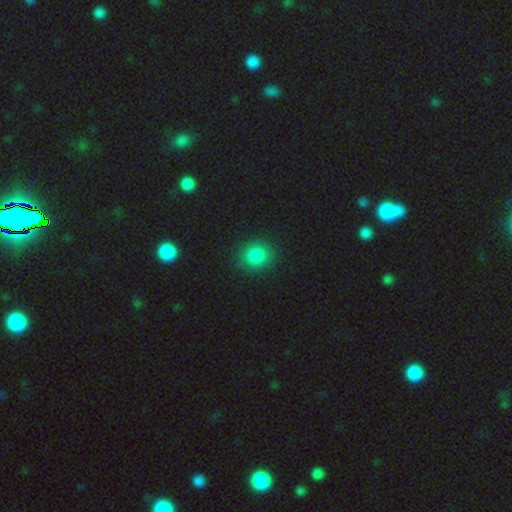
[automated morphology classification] Smooth or featured?
  - smooth: 84% *
  - star or artifact: 12%
  - featured or disk: 4%
How rounded?
  - round: 81% *
  - in between: 18%
  - cigar-shaped: 1%
Merging?
  - none: 90% *
  - minor disturbance: 6%
  - major disturbance: 2%
  - merger: 1%